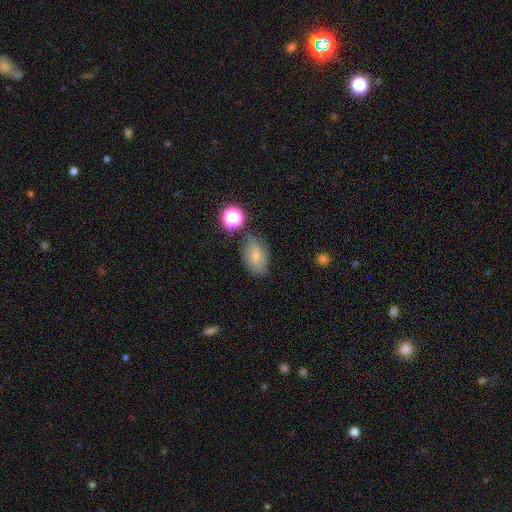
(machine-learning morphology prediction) smooth-or-featured: smooth: 69% | featured or disk: 18% | star or artifact: 13%
  how-rounded: in between: 84% | round: 14% | cigar-shaped: 2%
  merging: none: 67% | minor disturbance: 22% | major disturbance: 7% | merger: 5%